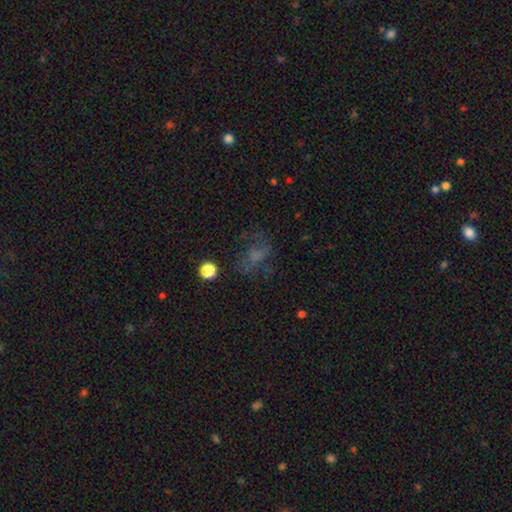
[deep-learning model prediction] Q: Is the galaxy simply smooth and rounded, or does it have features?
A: smooth — 42%.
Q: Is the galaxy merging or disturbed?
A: none — 50%.